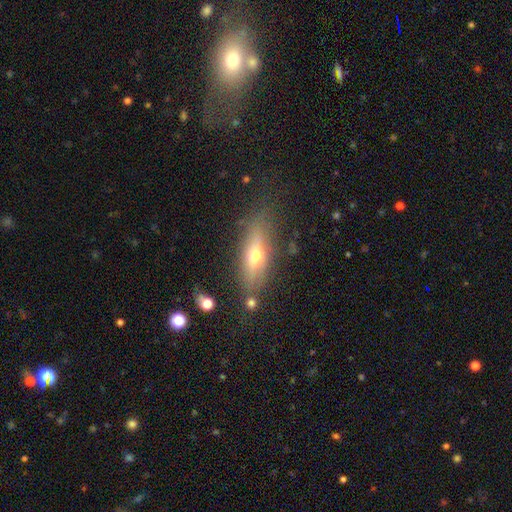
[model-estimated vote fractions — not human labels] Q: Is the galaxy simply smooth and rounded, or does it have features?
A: smooth — 49%.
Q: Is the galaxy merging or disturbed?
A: none — 75%.